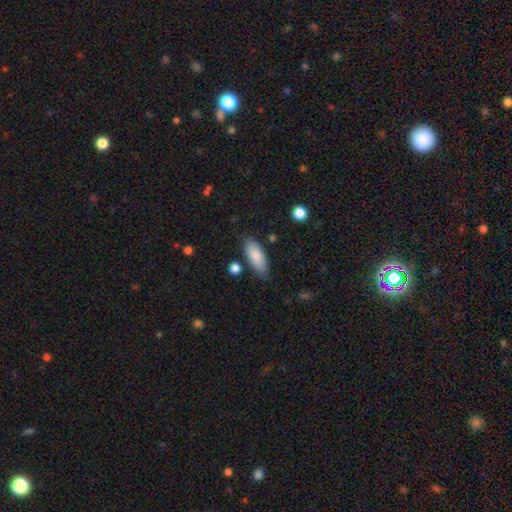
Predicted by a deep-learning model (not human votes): This appears to be a smooth galaxy with no disk features (84%) that is in between round and cigar-shaped (77%). Merging: none (78%).